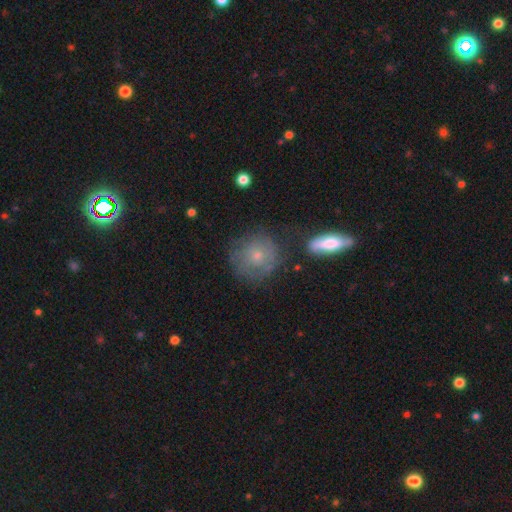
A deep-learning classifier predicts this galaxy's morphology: Q: Smooth or featured?
A: smooth (57%); runner-up: featured or disk (34%)
Q: How rounded?
A: round (86%); runner-up: in between (13%)
Q: Merging?
A: none (67%); runner-up: minor disturbance (20%)